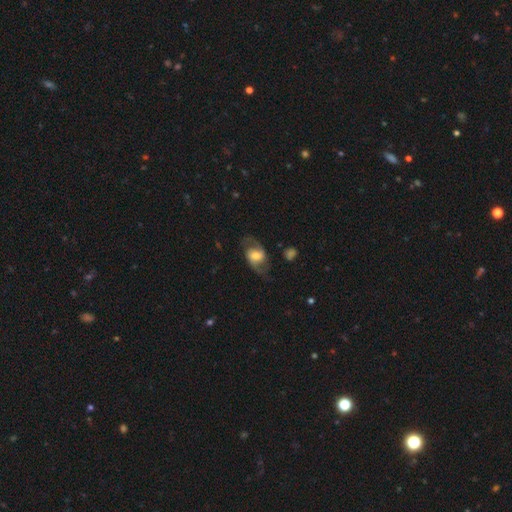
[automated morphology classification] Smooth or featured: featured or disk — 68% (smooth — 25%)
Edge-on disk: no — 95% (yes — 5%)
Bar: no — 43% (weak — 41%)
Spiral arms: yes — 87% (no — 13%)
Spiral winding: loose — 45% (medium — 43%)
Spiral arm count: 2 — 89% (can't tell — 5%)
Bulge size: moderate — 55% (large — 21%)
Merging: none — 69% (minor disturbance — 18%)